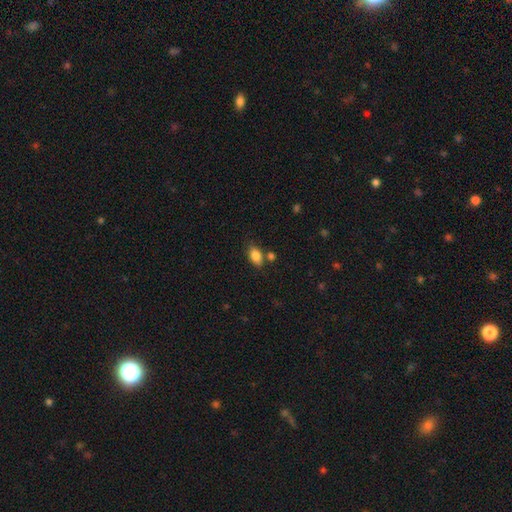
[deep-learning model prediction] smooth 85%, star or artifact 8%, featured or disk 6%. Down the decision tree: how rounded — in between (89%); merging — none (73%).